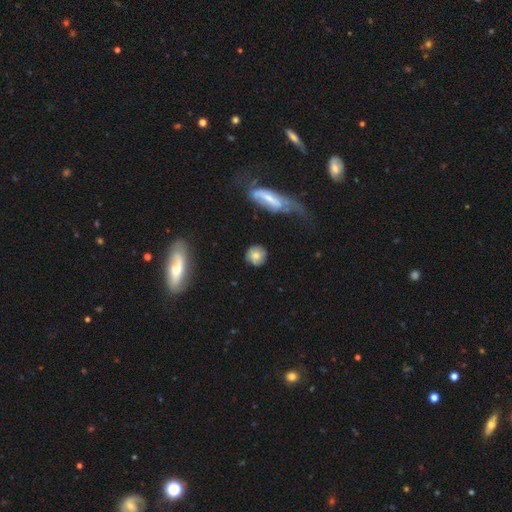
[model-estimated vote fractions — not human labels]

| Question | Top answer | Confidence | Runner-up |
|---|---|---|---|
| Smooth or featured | smooth | 68% | featured or disk (21%) |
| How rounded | round | 86% | in between (12%) |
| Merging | none | 78% | minor disturbance (14%) |